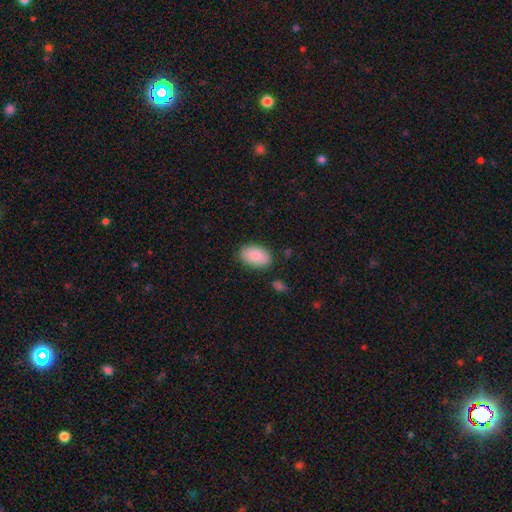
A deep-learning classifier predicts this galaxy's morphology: smooth 87%, featured or disk 6%, star or artifact 6%. Down the decision tree: how rounded — in between (93%); merging — none (84%).